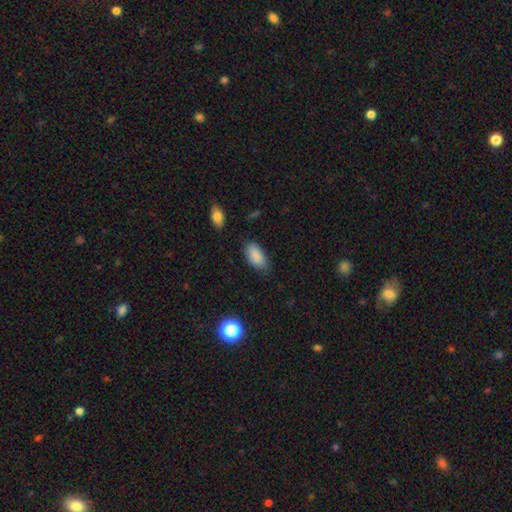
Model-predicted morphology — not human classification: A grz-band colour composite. It shows a smooth galaxy with no disk features (87%) that is in between round and cigar-shaped (93%). Merging: none (74%).